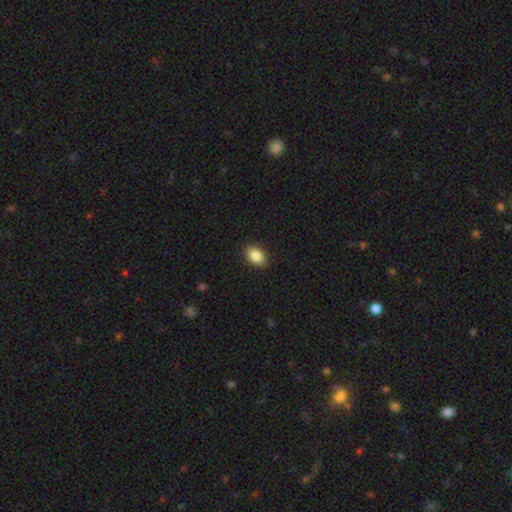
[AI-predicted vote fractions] A smooth galaxy with no disk features (87%) that is in between round and cigar-shaped (88%).

Vote fractions:
- Smooth or featured? smooth: 87% / star or artifact: 8% / featured or disk: 6%
- How rounded? in between: 88% / round: 11% / cigar-shaped: 1%
- Merging? none: 90% / minor disturbance: 8% / major disturbance: 2% / merger: 1%